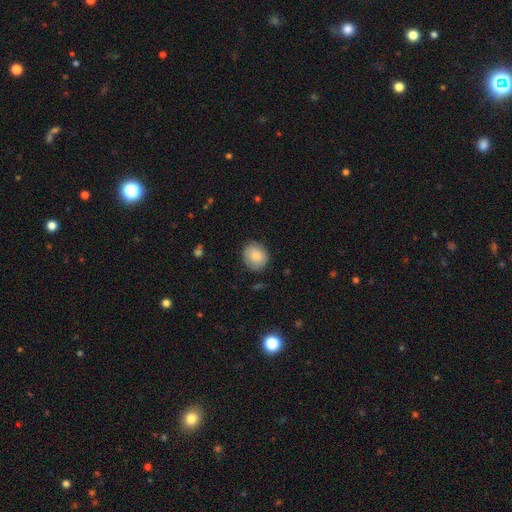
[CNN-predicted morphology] Smooth or featured?
  - smooth: 84% *
  - featured or disk: 8%
  - star or artifact: 7%
How rounded?
  - round: 72% *
  - in between: 27%
  - cigar-shaped: 1%
Merging?
  - none: 81% *
  - minor disturbance: 15%
  - major disturbance: 3%
  - merger: 1%